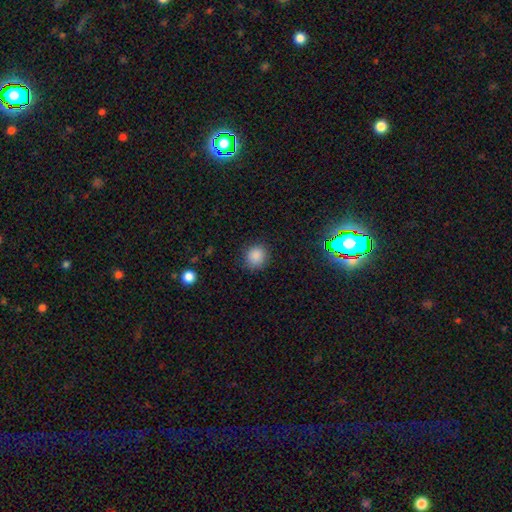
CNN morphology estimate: The model was most divided on "smooth or featured": smooth: 86%, star or artifact: 11%, featured or disk: 3%. More confident: how rounded — round (89%); merging — none (88%).